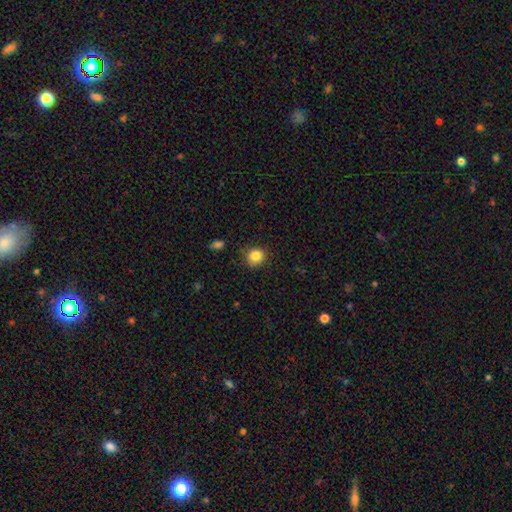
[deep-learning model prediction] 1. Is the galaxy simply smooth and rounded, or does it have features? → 84% smooth, 10% star or artifact, 6% featured or disk.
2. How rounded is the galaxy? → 81% round, 18% in between, 1% cigar-shaped.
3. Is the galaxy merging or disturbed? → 81% none, 14% minor disturbance, 3% major disturbance, 2% merger.